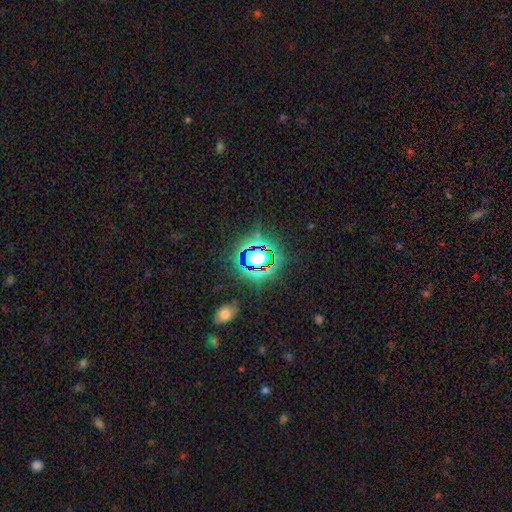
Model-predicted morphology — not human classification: A star or artifact, not a galaxy (81%).